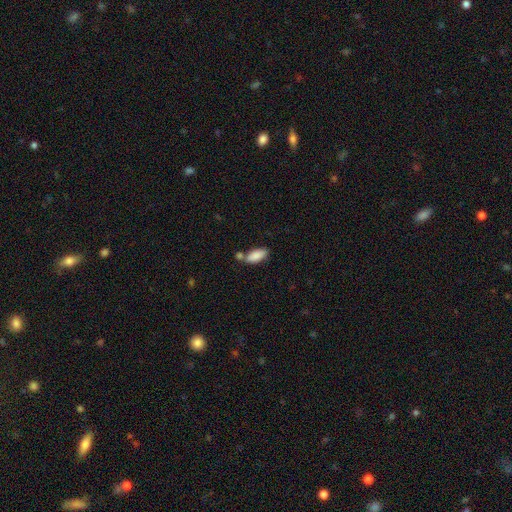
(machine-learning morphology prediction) type=smooth (86%); roundness=in between (86%); merging=none (55%).